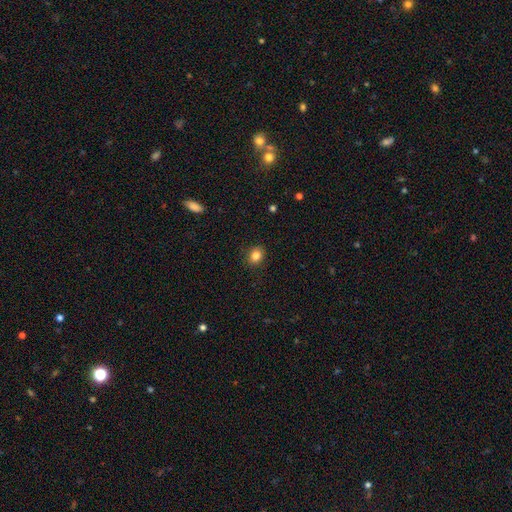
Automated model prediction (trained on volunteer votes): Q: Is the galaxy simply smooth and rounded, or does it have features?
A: smooth — 83%.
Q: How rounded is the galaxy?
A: round — 52%.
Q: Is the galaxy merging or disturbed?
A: none — 89%.